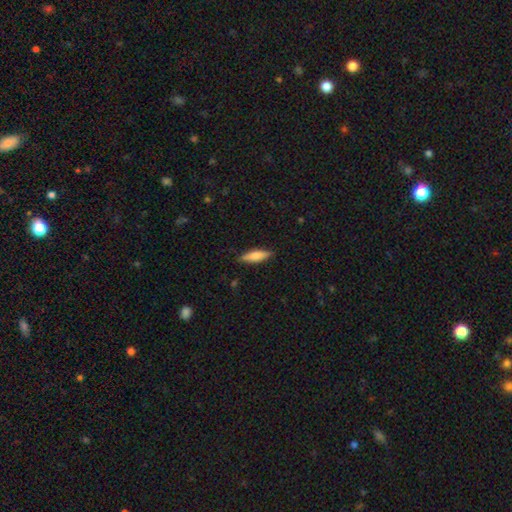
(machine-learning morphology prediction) smooth 73%, featured or disk 21%, star or artifact 6%. Down the decision tree: how rounded — cigar-shaped (59%); merging — none (86%).